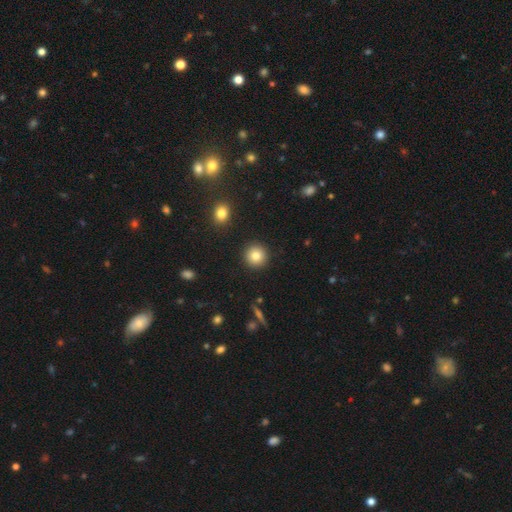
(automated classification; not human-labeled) Smooth or featured? smooth (83%)
How rounded? round (94%)
Merging? none (92%)